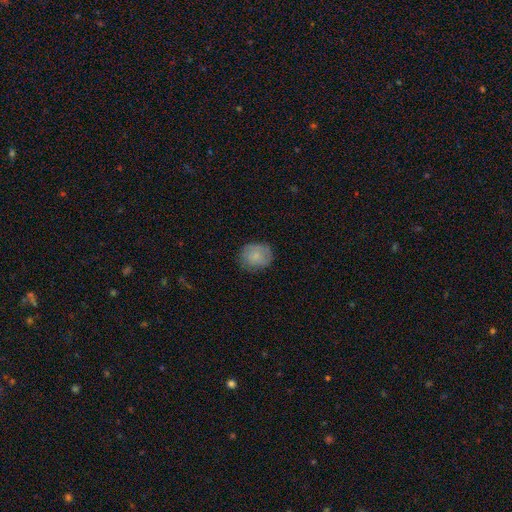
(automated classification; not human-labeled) smooth_or_featured: smooth (p=0.75) [alt: featured or disk p=0.18]
how_rounded: round (p=0.74) [alt: in between p=0.25]
merging: none (p=0.76) [alt: minor disturbance p=0.18]